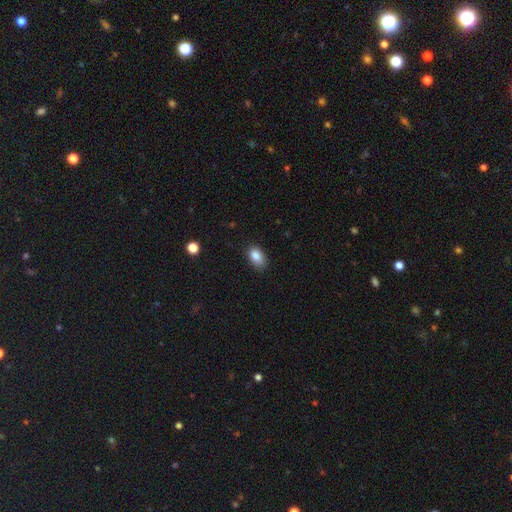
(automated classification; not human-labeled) This is clearly a smooth galaxy (86%). How rounded: clearly in between (87%). Merging: likely none (80%).